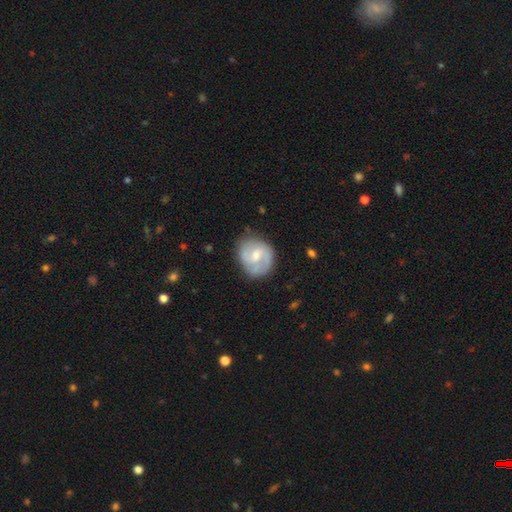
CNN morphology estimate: Smooth or featured?
  - featured or disk: 65% *
  - smooth: 30%
  - star or artifact: 5%
Edge-on disk?
  - no: 98% *
  - yes: 2%
Bar?
  - weak: 55% *
  - no: 35%
  - strong: 10%
Spiral arms?
  - yes: 86% *
  - no: 14%
Spiral winding?
  - medium: 46% *
  - tight: 35%
  - loose: 19%
Spiral arm count?
  - 2: 73% *
  - can't tell: 13%
  - 1: 7%
  - 3: 4%
  - 4: 1%
  - more than 4: 1%
Bulge size?
  - moderate: 55% *
  - small: 34%
  - large: 5%
  - none: 5%
  - dominant: 1%
Merging?
  - none: 71% *
  - minor disturbance: 20%
  - major disturbance: 7%
  - merger: 2%